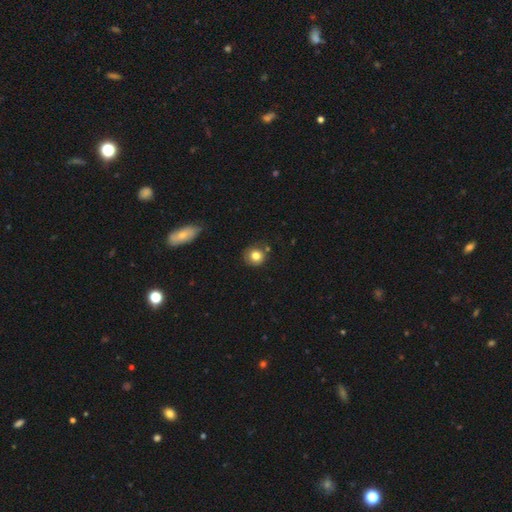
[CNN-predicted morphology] Smooth or featured? Predicted: smooth (p=0.79). How rounded? Predicted: round (p=0.86). Merging? Predicted: none (p=0.74).